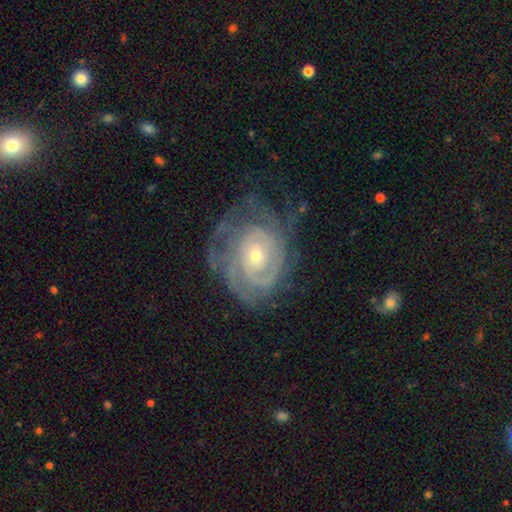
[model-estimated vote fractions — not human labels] Smooth or featured: featured or disk — 88% (smooth — 7%)
Edge-on disk: no — 97% (yes — 3%)
Bar: no — 76% (weak — 19%)
Spiral arms: yes — 95% (no — 5%)
Spiral winding: tight — 77% (medium — 19%)
Spiral arm count: can't tell — 35% (2 — 24%)
Bulge size: small — 57% (moderate — 40%)
Merging: none — 64% (minor disturbance — 21%)